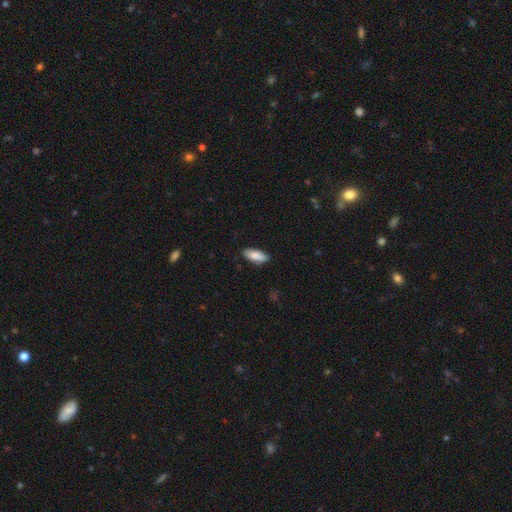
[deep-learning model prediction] A smooth galaxy with no disk features (86%) that is in between round and cigar-shaped (80%).

Vote fractions:
- Smooth or featured? smooth: 86% / featured or disk: 8% / star or artifact: 6%
- How rounded? in between: 80% / cigar-shaped: 18% / round: 2%
- Merging? none: 84% / minor disturbance: 13% / major disturbance: 2% / merger: 1%